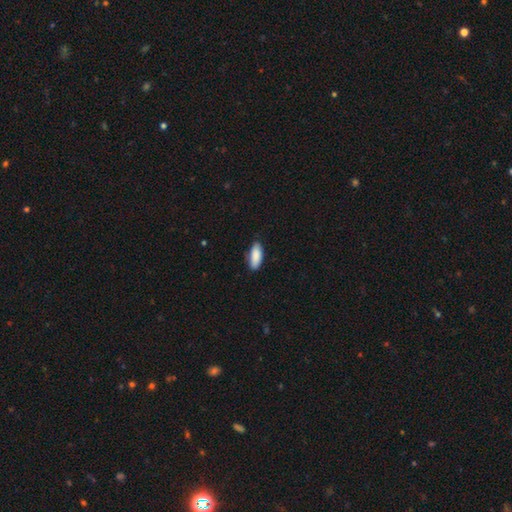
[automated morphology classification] Q: Smooth or featured?
A: smooth (89%); runner-up: star or artifact (6%)
Q: How rounded?
A: in between (81%); runner-up: cigar-shaped (17%)
Q: Merging?
A: none (81%); runner-up: minor disturbance (15%)